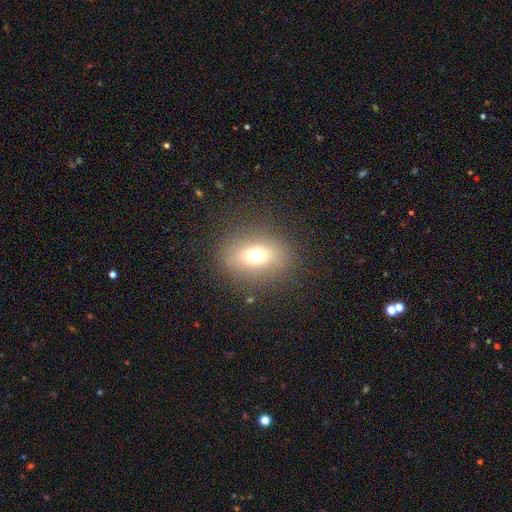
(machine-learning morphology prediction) Smooth or featured: smooth — 70% (featured or disk — 16%)
How rounded: in between — 58% (round — 39%)
Merging: none — 84% (minor disturbance — 10%)